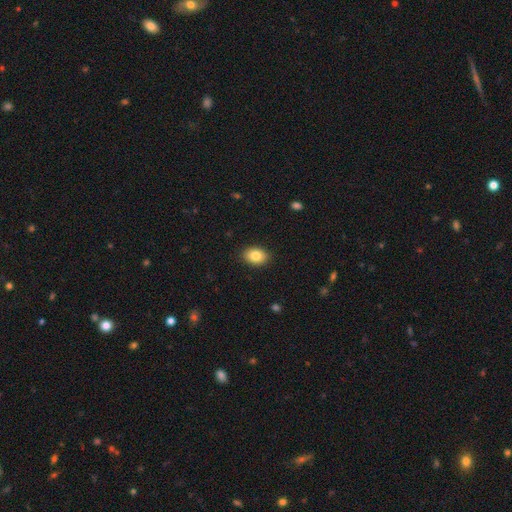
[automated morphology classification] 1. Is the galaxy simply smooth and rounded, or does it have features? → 84% smooth, 8% featured or disk, 8% star or artifact.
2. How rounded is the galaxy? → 76% in between, 23% round, 1% cigar-shaped.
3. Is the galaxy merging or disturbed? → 89% none, 8% minor disturbance, 2% major disturbance, 1% merger.